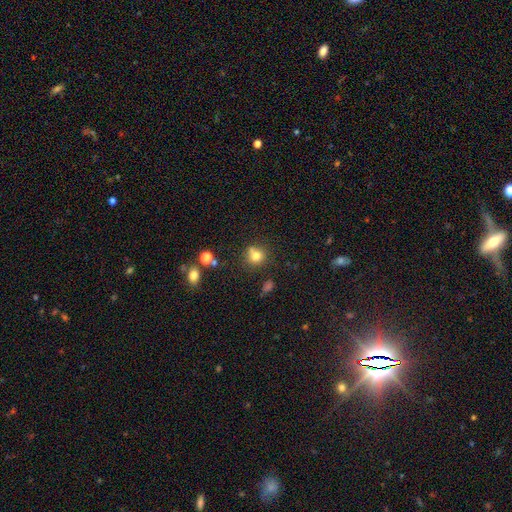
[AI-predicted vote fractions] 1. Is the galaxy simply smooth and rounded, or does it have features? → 77% smooth, 14% star or artifact, 10% featured or disk.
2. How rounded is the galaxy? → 84% round, 15% in between, 1% cigar-shaped.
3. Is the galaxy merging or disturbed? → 62% none, 21% merger, 13% minor disturbance, 5% major disturbance.